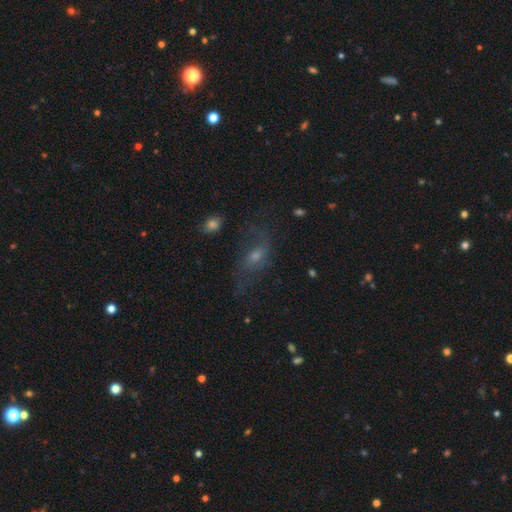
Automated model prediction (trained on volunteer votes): Smooth or featured: featured or disk — 51% (smooth — 26%)
Edge-on disk: no — 89% (yes — 11%)
Merging: none — 61% (minor disturbance — 18%)